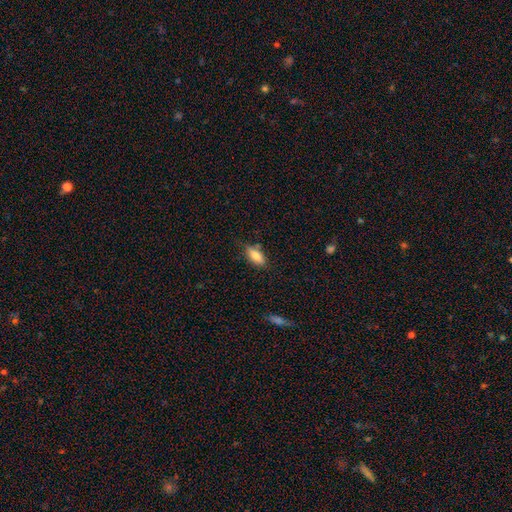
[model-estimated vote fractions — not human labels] A smooth galaxy with no disk features (78%) that is in between round and cigar-shaped (83%).

Vote fractions:
- Smooth or featured? smooth: 78% / featured or disk: 15% / star or artifact: 7%
- How rounded? in between: 83% / cigar-shaped: 14% / round: 3%
- Merging? none: 76% / minor disturbance: 18% / major disturbance: 3% / merger: 3%